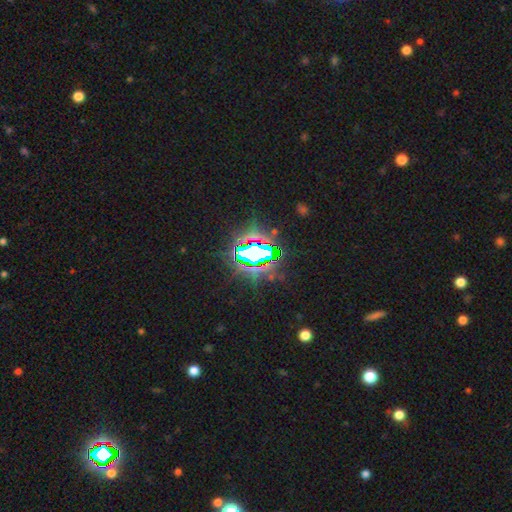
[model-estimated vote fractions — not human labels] A star or artifact, not a galaxy (77%).